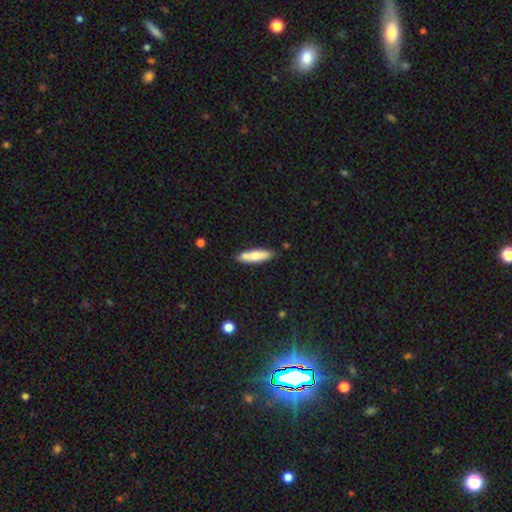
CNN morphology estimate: Overall: smooth (74%). How rounded: cigar-shaped (70%). Merging: none (79%).